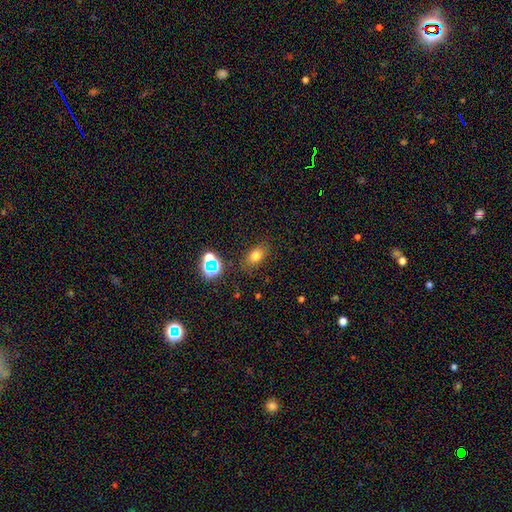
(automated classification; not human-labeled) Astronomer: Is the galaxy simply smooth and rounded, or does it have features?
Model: smooth — 72%.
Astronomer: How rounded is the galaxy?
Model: in between — 78%.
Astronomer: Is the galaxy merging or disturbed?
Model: none — 81%.